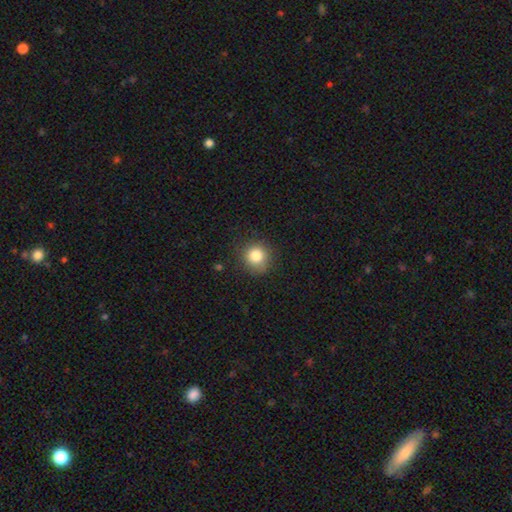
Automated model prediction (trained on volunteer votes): A smooth galaxy with no disk features (83%) that is round (89%). Merging: none (84%).